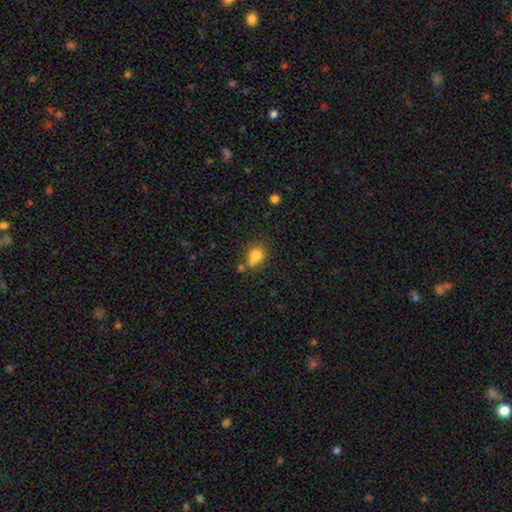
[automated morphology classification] Smooth or featured: smooth — 77% (star or artifact — 12%)
How rounded: in between — 54% (round — 44%)
Merging: none — 48% (merger — 23%)